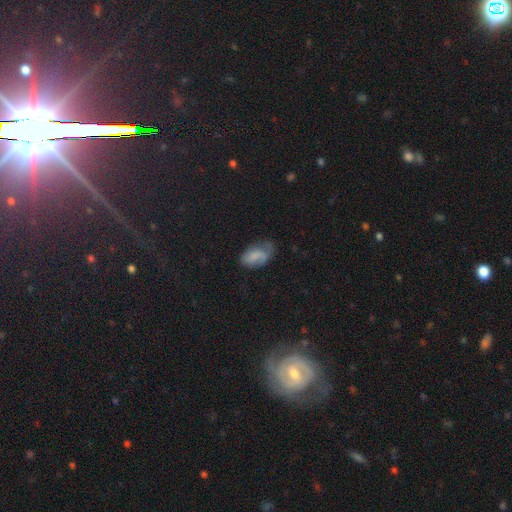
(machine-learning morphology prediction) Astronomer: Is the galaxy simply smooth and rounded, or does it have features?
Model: smooth — 60%.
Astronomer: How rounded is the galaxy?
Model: in between — 91%.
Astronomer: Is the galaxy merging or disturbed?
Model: none — 42% (runner-up: minor disturbance, 35%).